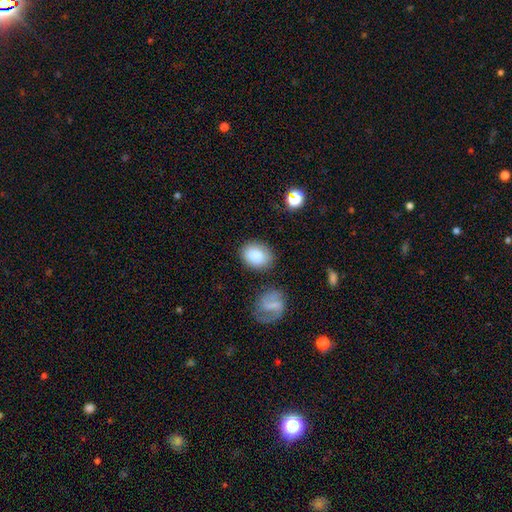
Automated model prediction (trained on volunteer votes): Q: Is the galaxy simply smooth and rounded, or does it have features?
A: smooth — 85%.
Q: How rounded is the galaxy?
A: in between — 64%.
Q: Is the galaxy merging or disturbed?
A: none — 76%.